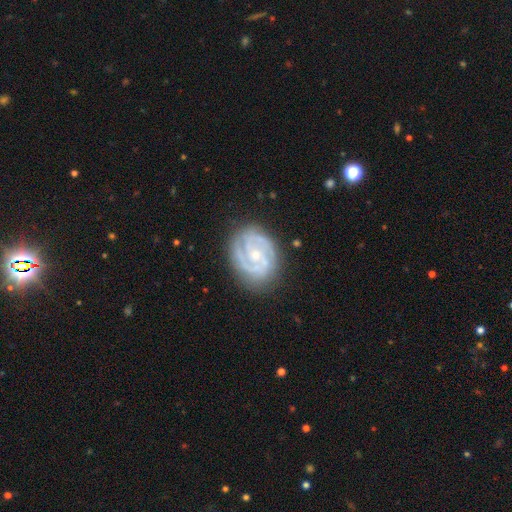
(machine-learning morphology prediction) type=featured or disk (89%); edge-on=no (98%); bar=no (63%); spiral arms=yes (97%); winding=tight (66%); arm count=2 (46%); bulge=small (65%); merging=none (78%).